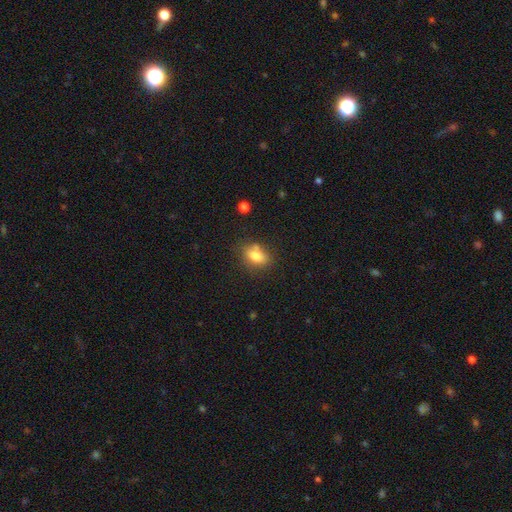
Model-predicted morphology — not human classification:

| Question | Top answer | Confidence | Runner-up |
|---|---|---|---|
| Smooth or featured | smooth | 79% | featured or disk (11%) |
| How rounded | in between | 74% | round (24%) |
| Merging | none | 68% | minor disturbance (17%) |